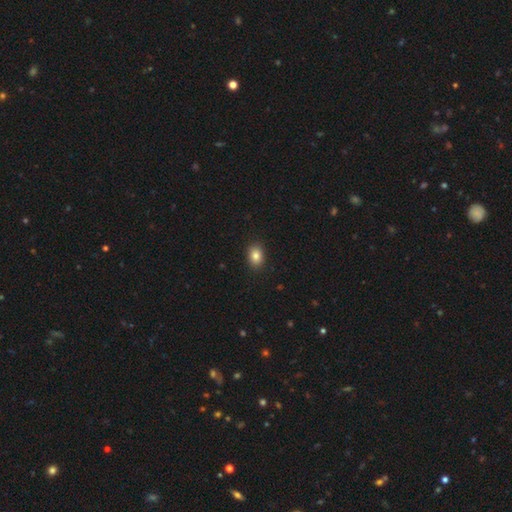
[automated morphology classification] This is clearly a smooth galaxy (85%). How rounded: likely in between (70%). Merging: clearly none (89%).